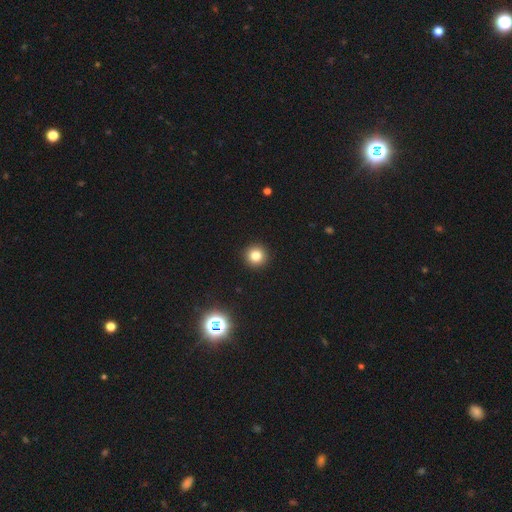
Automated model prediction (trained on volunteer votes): Smooth or featured? smooth (81%)
How rounded? round (95%)
Merging? none (93%)